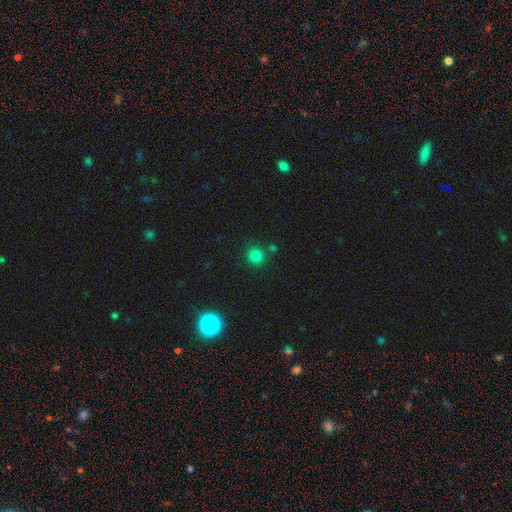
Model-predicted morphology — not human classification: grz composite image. It shows a smooth galaxy with no disk features (80%) that is round (91%). Merging: none (81%).